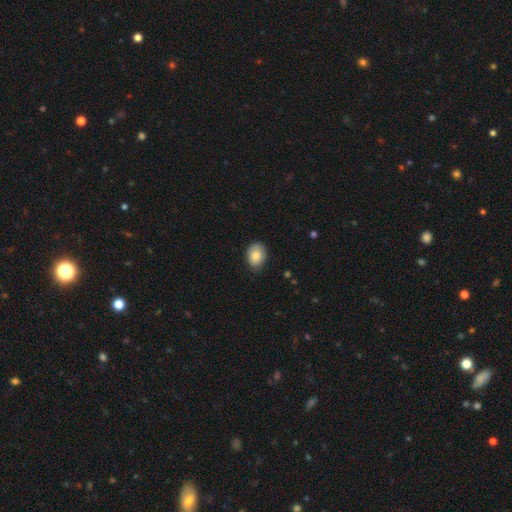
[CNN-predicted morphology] Smooth or featured: smooth — 83% (featured or disk — 10%)
How rounded: in between — 75% (round — 24%)
Merging: none — 81% (minor disturbance — 16%)